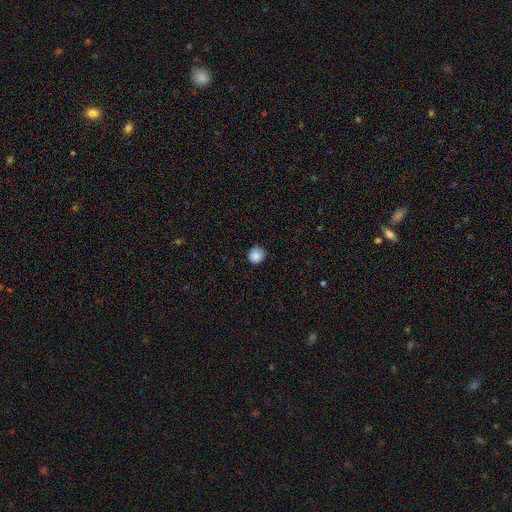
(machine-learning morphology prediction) Q: Smooth or featured?
A: smooth (87%); runner-up: star or artifact (9%)
Q: How rounded?
A: round (89%); runner-up: in between (10%)
Q: Merging?
A: none (87%); runner-up: minor disturbance (10%)